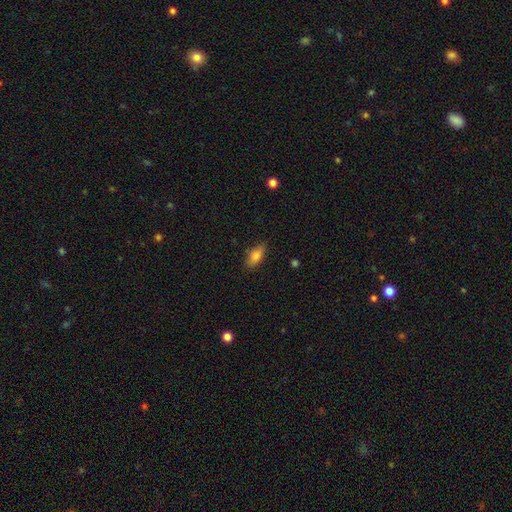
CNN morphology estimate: smooth 80%, featured or disk 12%, star or artifact 8%. Down the decision tree: how rounded — in between (82%); merging — none (82%).